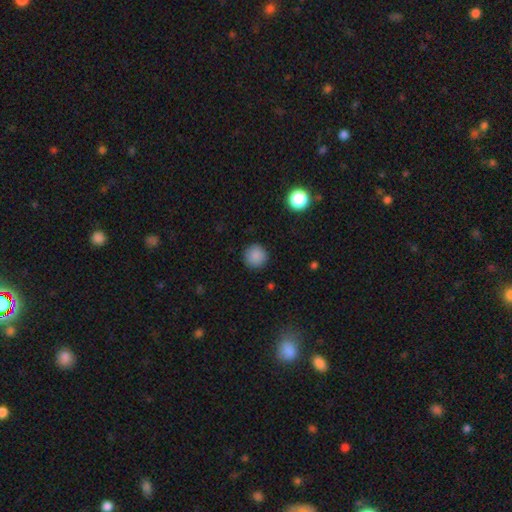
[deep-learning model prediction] Smooth or featured: smooth — 87% (star or artifact — 10%)
How rounded: round — 95% (in between — 4%)
Merging: none — 90% (minor disturbance — 6%)